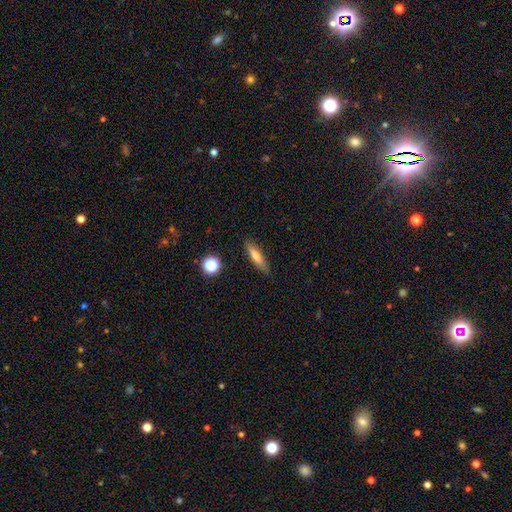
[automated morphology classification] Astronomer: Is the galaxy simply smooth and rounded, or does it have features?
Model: smooth — 66%.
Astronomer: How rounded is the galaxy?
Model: cigar-shaped — 73%.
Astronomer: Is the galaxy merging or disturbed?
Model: none — 86%.